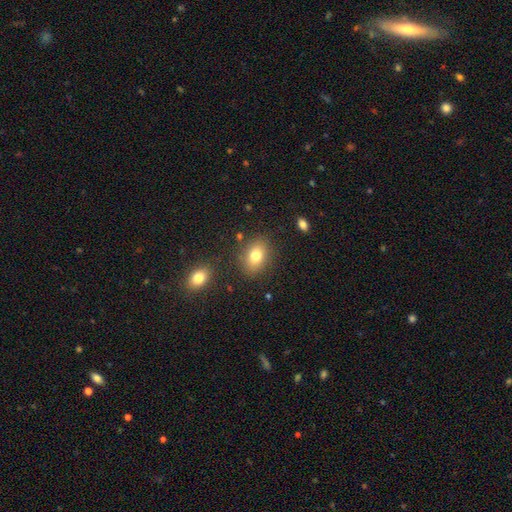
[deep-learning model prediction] Q: Smooth or featured?
A: smooth (78%); runner-up: featured or disk (12%)
Q: How rounded?
A: in between (73%); runner-up: round (25%)
Q: Merging?
A: none (83%); runner-up: minor disturbance (11%)